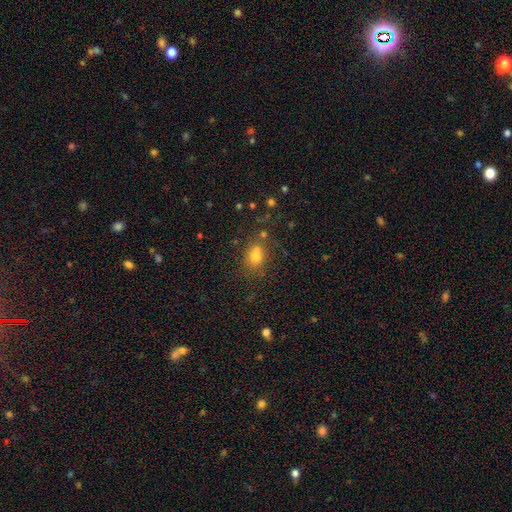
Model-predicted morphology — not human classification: This is likely a smooth galaxy (72%). How rounded: possibly in between (60%). Merging: possibly none (55%).